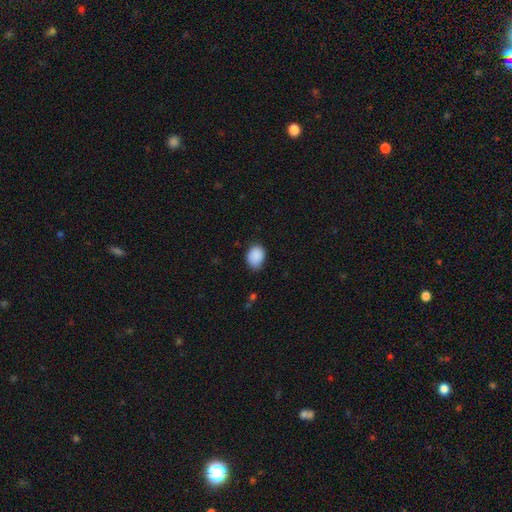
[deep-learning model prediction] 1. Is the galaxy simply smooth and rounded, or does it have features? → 89% smooth, 7% star or artifact, 4% featured or disk.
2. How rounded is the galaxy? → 66% in between, 33% round, 1% cigar-shaped.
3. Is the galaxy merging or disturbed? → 70% none, 25% minor disturbance, 4% major disturbance, 1% merger.